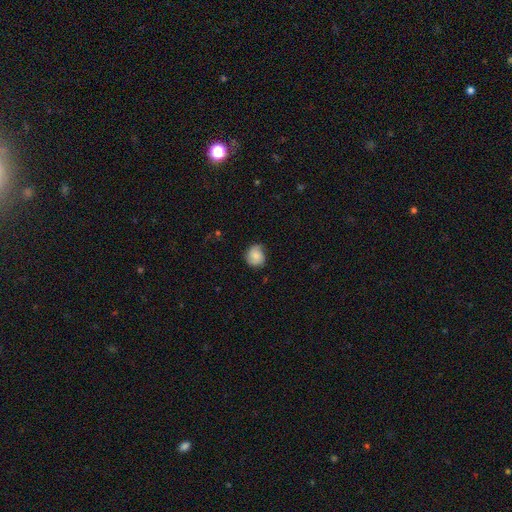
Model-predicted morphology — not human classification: A smooth galaxy with no disk features (67%) that is round (78%). Merging: none (69%).